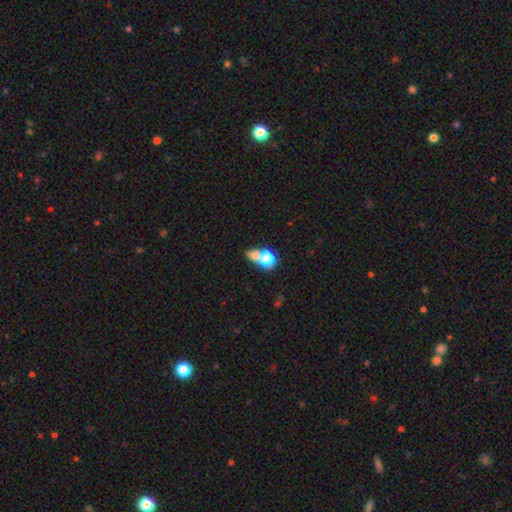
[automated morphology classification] Smooth or featured?
  - smooth: 70% *
  - featured or disk: 16%
  - star or artifact: 14%
How rounded?
  - round: 59% *
  - in between: 39%
  - cigar-shaped: 2%
Merging?
  - merger: 58% *
  - none: 28%
  - minor disturbance: 8%
  - major disturbance: 6%